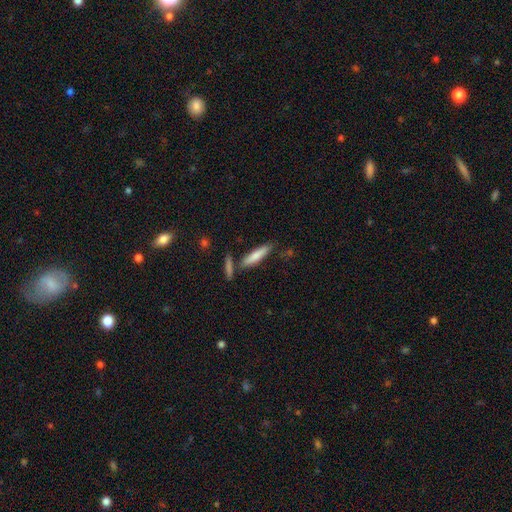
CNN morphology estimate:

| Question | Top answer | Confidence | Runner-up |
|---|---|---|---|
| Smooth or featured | smooth | 75% | featured or disk (19%) |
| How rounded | cigar-shaped | 82% | in between (16%) |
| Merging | none | 73% | minor disturbance (13%) |